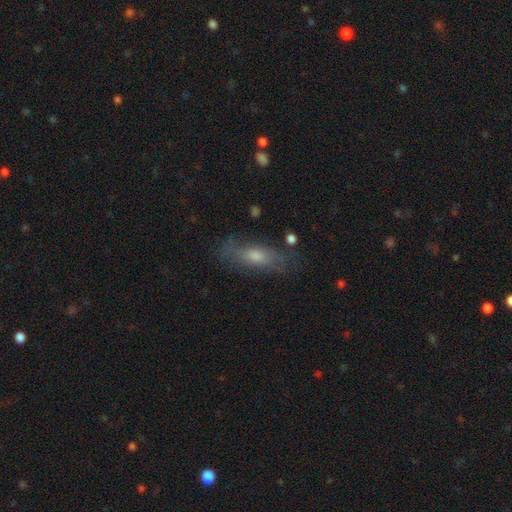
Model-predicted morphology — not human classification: A smooth galaxy with no disk features (43%). Merging: none (77%).